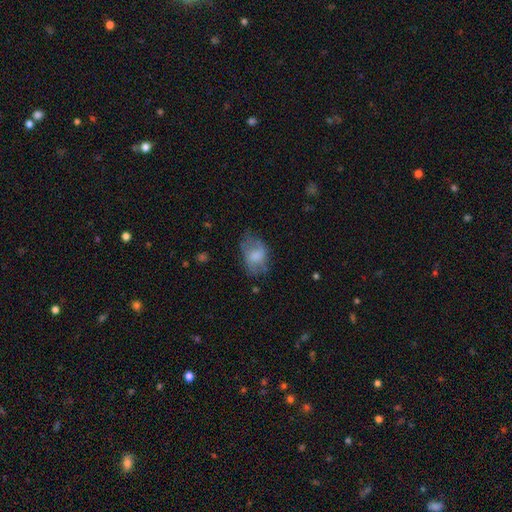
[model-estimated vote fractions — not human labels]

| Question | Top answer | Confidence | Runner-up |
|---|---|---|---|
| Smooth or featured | smooth | 64% | featured or disk (27%) |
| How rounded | in between | 81% | round (17%) |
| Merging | none | 42% | minor disturbance (30%) |